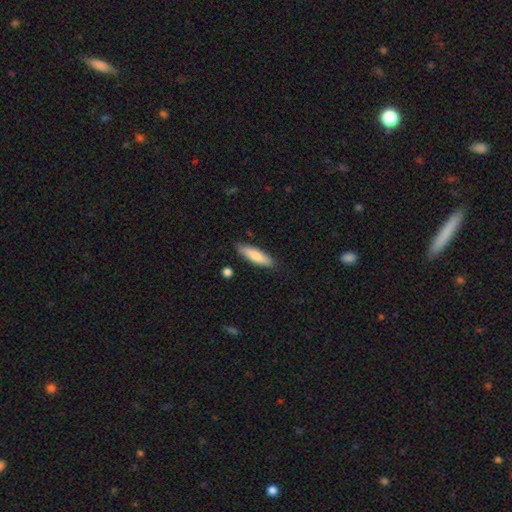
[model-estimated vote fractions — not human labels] This appears to be a smooth galaxy with no disk features (77%) that is cigar-shaped (62%). Merging: none (85%).